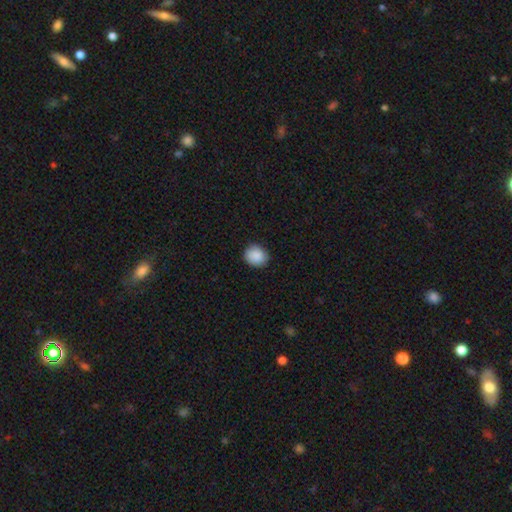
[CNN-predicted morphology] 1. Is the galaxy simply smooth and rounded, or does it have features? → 89% smooth, 8% star or artifact, 3% featured or disk.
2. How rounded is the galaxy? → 76% round, 23% in between, 1% cigar-shaped.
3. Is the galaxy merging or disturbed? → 86% none, 11% minor disturbance, 2% major disturbance, 1% merger.